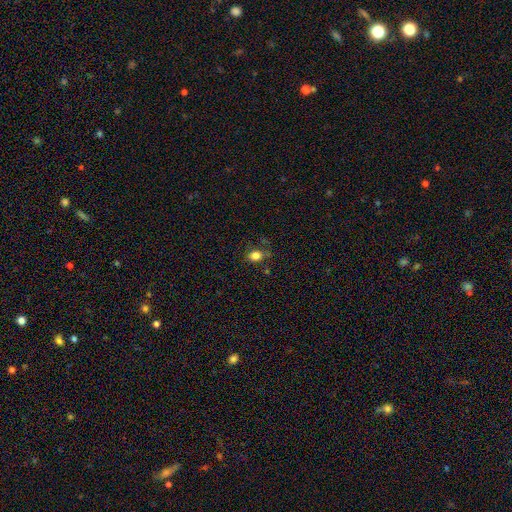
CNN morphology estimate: Smooth or featured: smooth — 81% (star or artifact — 13%)
How rounded: in between — 60% (round — 39%)
Merging: none — 74% (minor disturbance — 18%)